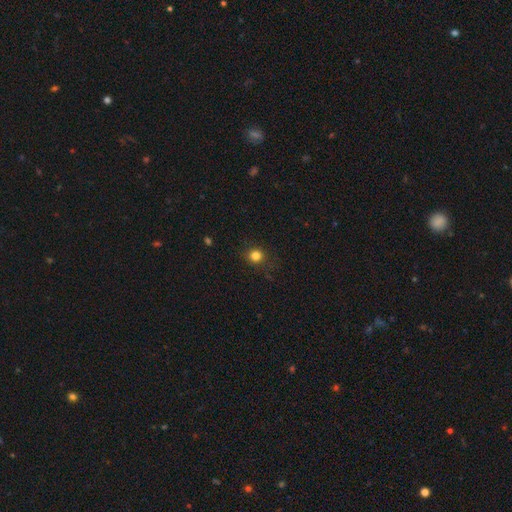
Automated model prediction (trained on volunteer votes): Overall: smooth (82%). How rounded: round (88%). Merging: none (85%).